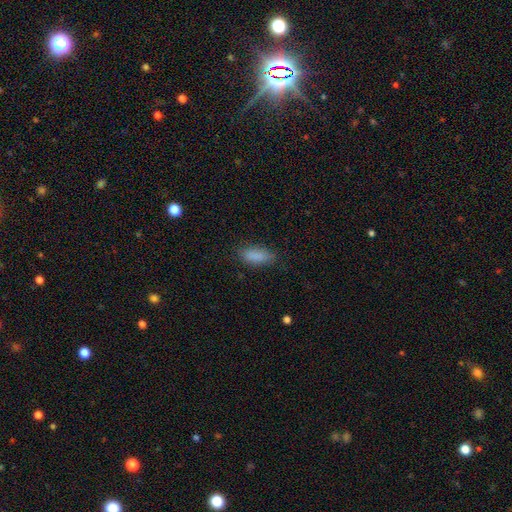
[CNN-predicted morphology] Overall: smooth (87%). How rounded: in between (76%). Merging: none (79%).